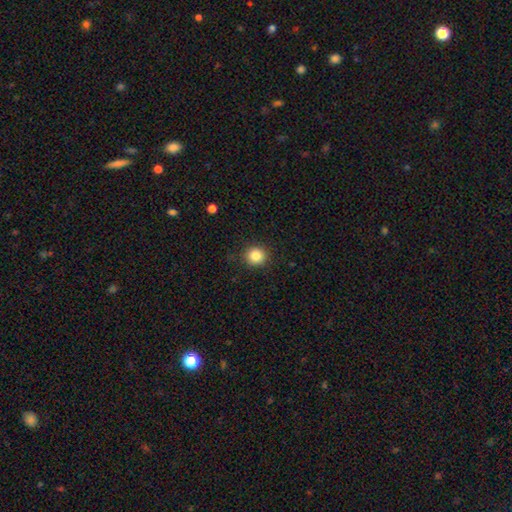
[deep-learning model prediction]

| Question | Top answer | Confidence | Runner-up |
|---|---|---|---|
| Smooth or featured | smooth | 84% | star or artifact (11%) |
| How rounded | round | 90% | in between (9%) |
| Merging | none | 91% | minor disturbance (6%) |